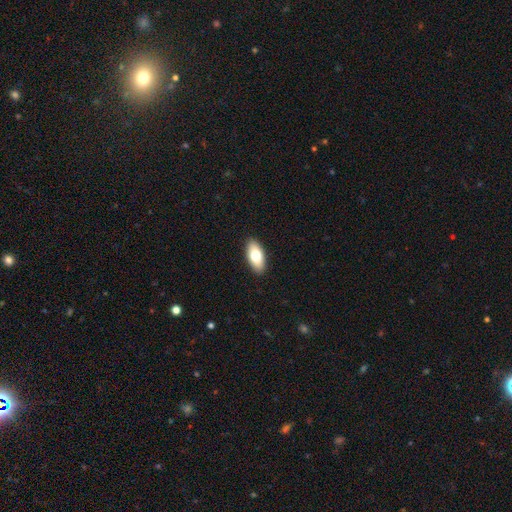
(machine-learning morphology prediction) Q: Smooth or featured?
A: smooth (75%); runner-up: featured or disk (19%)
Q: How rounded?
A: in between (90%); runner-up: cigar-shaped (7%)
Q: Merging?
A: none (91%); runner-up: minor disturbance (7%)